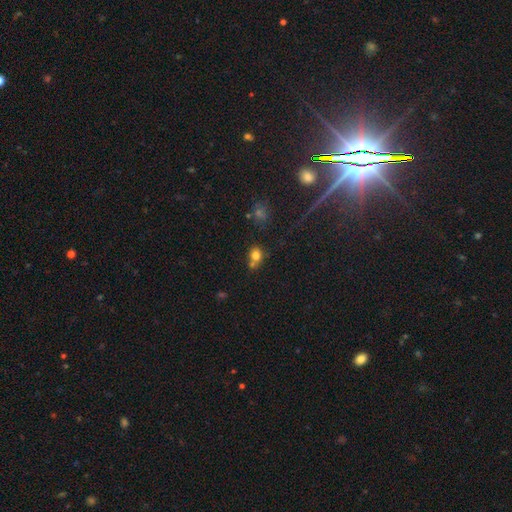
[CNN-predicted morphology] Smooth or featured?
  - smooth: 76% *
  - star or artifact: 14%
  - featured or disk: 10%
How rounded?
  - round: 61% *
  - in between: 38%
  - cigar-shaped: 1%
Merging?
  - none: 46% *
  - merger: 36%
  - minor disturbance: 13%
  - major disturbance: 5%